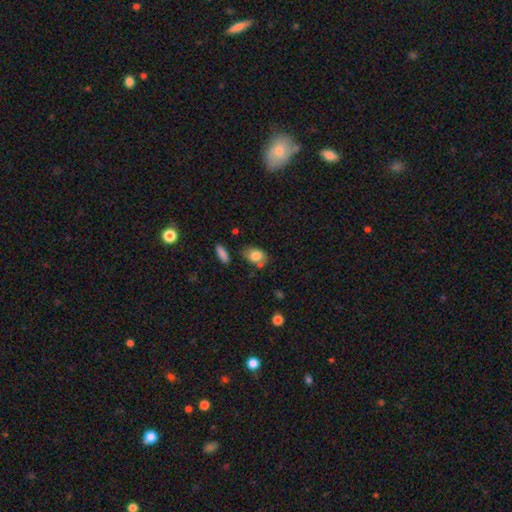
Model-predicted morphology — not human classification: Smooth or featured? Predicted: smooth (p=0.80). How rounded? Predicted: in between (p=0.84). Merging? Predicted: none (p=0.63).